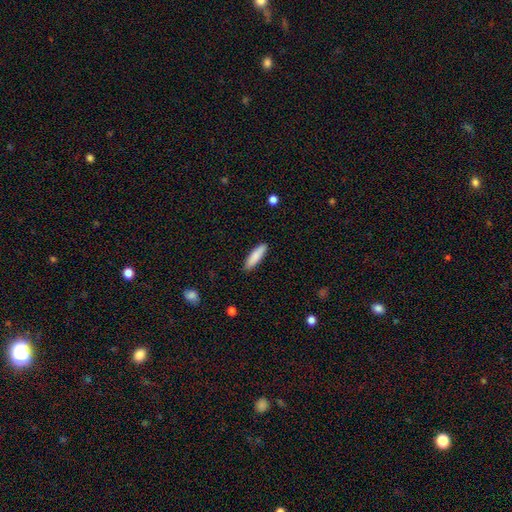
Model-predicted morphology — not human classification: Smooth or featured?
  - smooth: 85% *
  - featured or disk: 9%
  - star or artifact: 6%
How rounded?
  - cigar-shaped: 69% *
  - in between: 29%
  - round: 1%
Merging?
  - none: 89% *
  - minor disturbance: 8%
  - major disturbance: 2%
  - merger: 1%